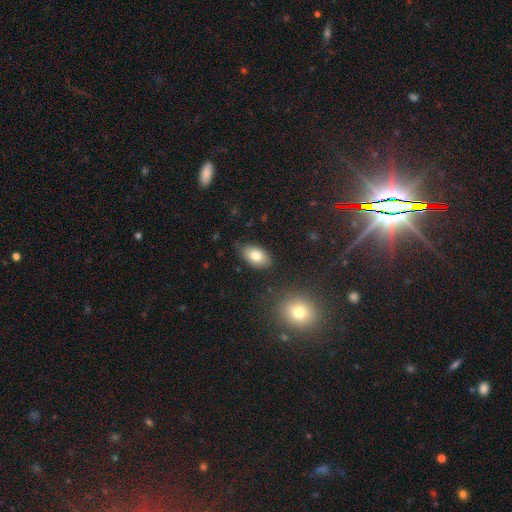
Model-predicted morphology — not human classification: smooth 78%, featured or disk 13%, star or artifact 9%. Down the decision tree: how rounded — in between (91%); merging — none (81%).